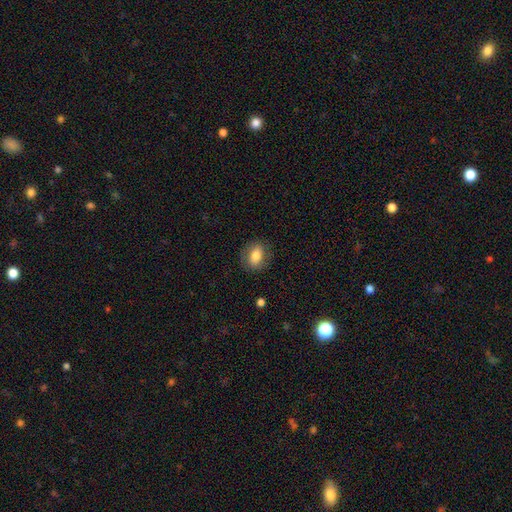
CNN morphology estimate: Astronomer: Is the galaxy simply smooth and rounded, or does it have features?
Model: smooth — 72%.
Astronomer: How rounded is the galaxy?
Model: in between — 67%.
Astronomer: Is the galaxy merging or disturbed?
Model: none — 81%.